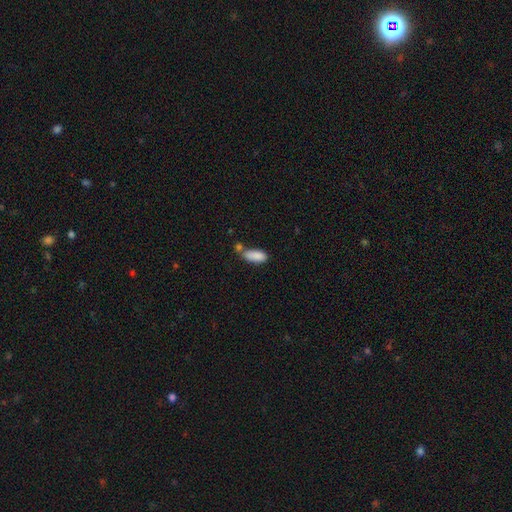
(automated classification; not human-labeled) Q: Smooth or featured?
A: smooth (86%); runner-up: star or artifact (7%)
Q: How rounded?
A: in between (83%); runner-up: cigar-shaped (15%)
Q: Merging?
A: none (49%); runner-up: merger (26%)